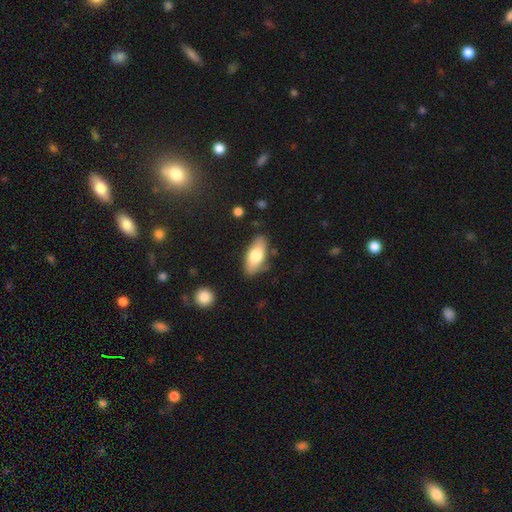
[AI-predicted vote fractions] Smooth or featured? smooth (73%)
How rounded? in between (84%)
Merging? none (78%)